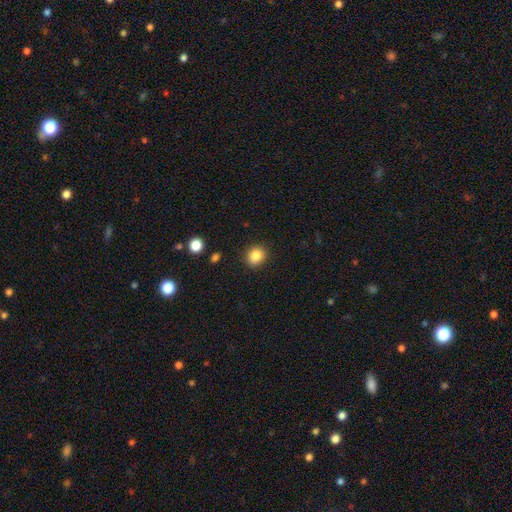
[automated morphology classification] Smooth or featured? Predicted: smooth (p=0.85). How rounded? Predicted: round (p=0.70). Merging? Predicted: none (p=0.89).